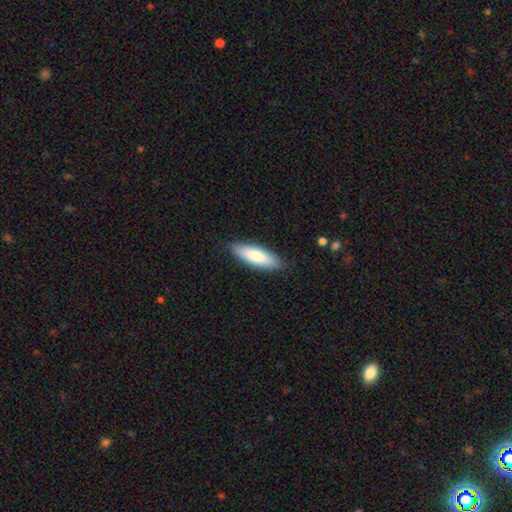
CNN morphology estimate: smooth 80%, featured or disk 14%, star or artifact 5%. Down the decision tree: how rounded — in between (55%); merging — none (87%).